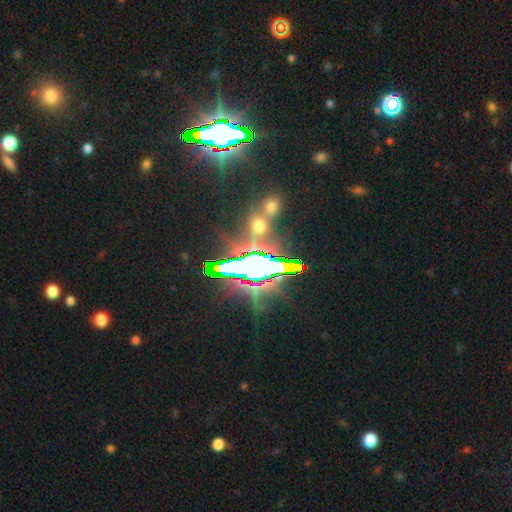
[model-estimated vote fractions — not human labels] Overall: star or artifact (84%).